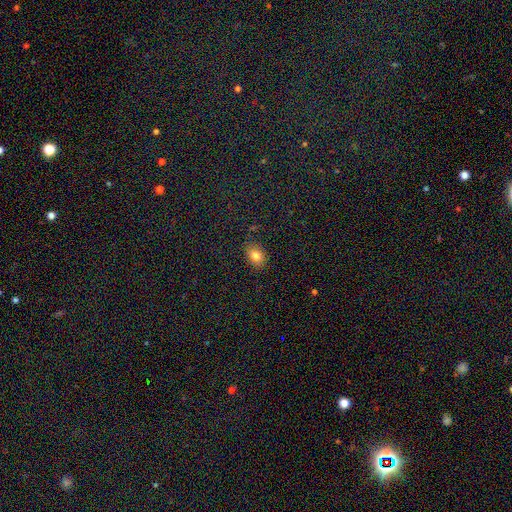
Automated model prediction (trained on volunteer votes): Smooth or featured? Predicted: smooth (p=0.81). How rounded? Predicted: in between (p=0.67). Merging? Predicted: none (p=0.86).